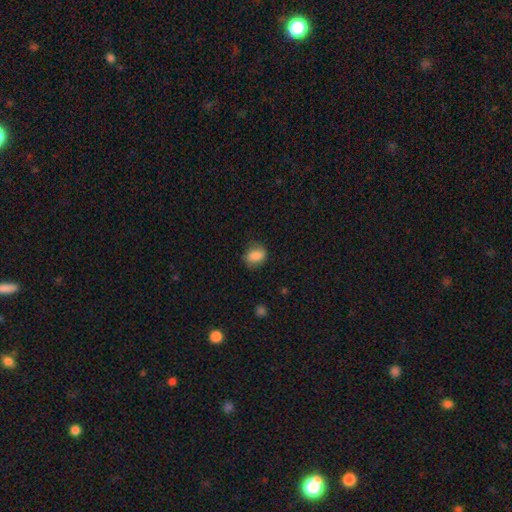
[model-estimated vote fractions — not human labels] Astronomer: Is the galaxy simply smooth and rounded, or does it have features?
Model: smooth — 83%.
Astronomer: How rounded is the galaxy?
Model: in between — 67%.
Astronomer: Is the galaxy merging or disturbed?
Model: none — 68%.